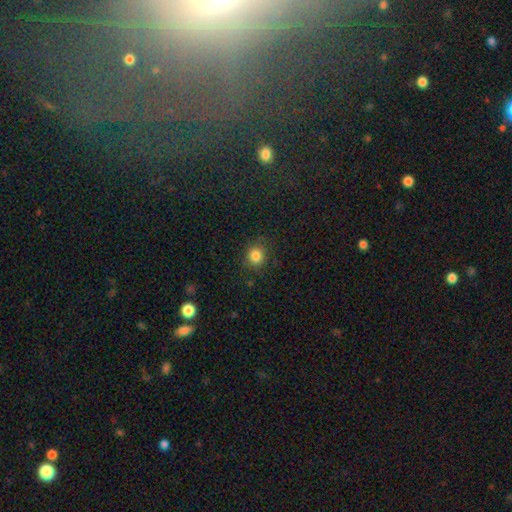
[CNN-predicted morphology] A smooth galaxy with no disk features (83%) that is round (85%).

Vote fractions:
- Smooth or featured? smooth: 83% / star or artifact: 12% / featured or disk: 4%
- How rounded? round: 85% / in between: 14% / cigar-shaped: 1%
- Merging? none: 83% / minor disturbance: 11% / major disturbance: 4% / merger: 1%